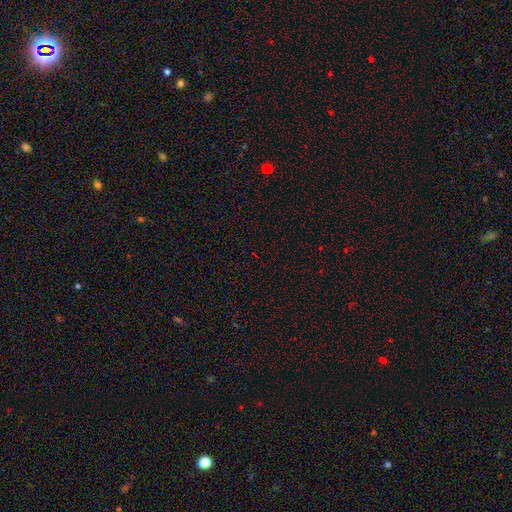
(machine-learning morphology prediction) smooth-or-featured: star or artifact: 74% | smooth: 19% | featured or disk: 7%